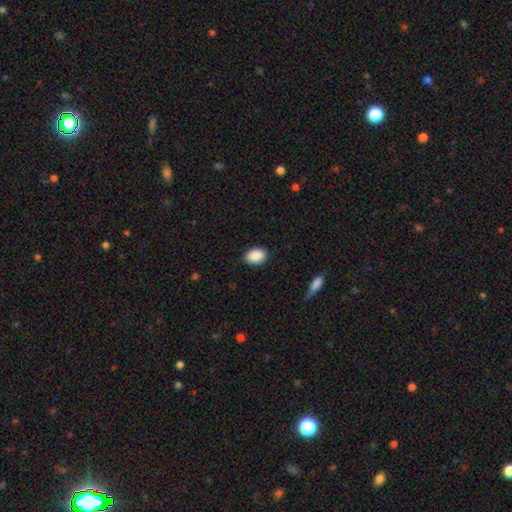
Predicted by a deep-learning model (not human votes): This appears to be a smooth galaxy with no disk features (90%) that is in between round and cigar-shaped (77%). Merging: none (87%).